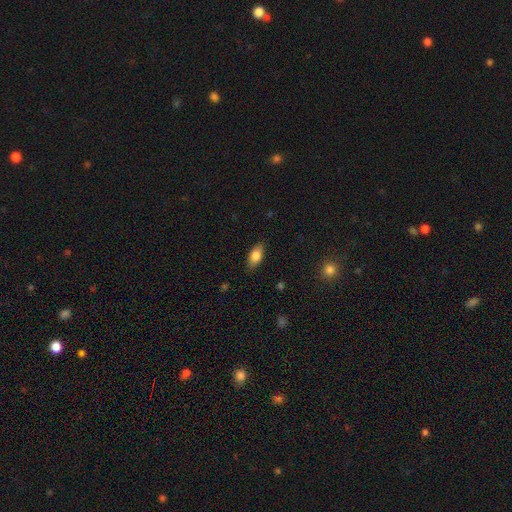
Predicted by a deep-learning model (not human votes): Smooth or featured? Predicted: smooth (p=0.78). How rounded? Predicted: in between (p=0.85). Merging? Predicted: none (p=0.84).